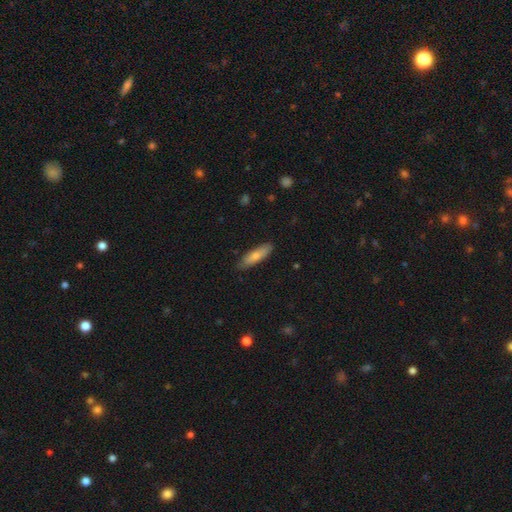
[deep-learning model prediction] Smooth or featured: smooth — 72% (featured or disk — 22%)
How rounded: cigar-shaped — 59% (in between — 39%)
Merging: none — 84% (minor disturbance — 13%)